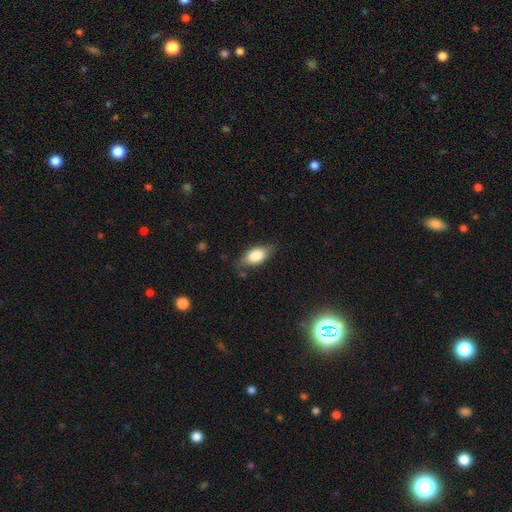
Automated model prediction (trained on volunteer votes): This appears to be a smooth galaxy with no disk features (77%) that is in between round and cigar-shaped (87%). Merging: none (73%).